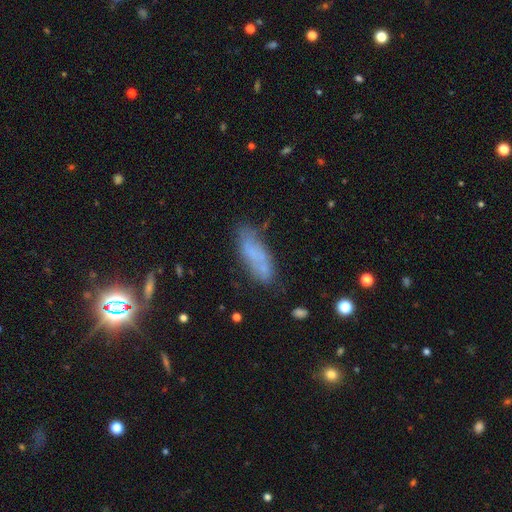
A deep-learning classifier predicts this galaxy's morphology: Smooth or featured: smooth — 60% (featured or disk — 29%)
How rounded: in between — 55% (cigar-shaped — 43%)
Merging: none — 60% (minor disturbance — 24%)